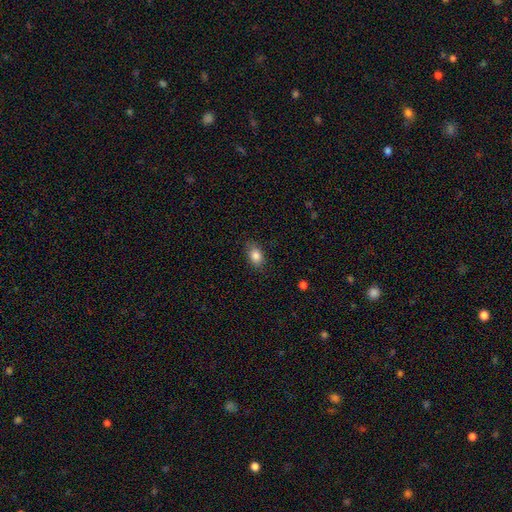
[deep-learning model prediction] smooth-or-featured: smooth: 85% | star or artifact: 9% | featured or disk: 6%
  how-rounded: in between: 78% | round: 21% | cigar-shaped: 2%
  merging: none: 82% | minor disturbance: 14% | major disturbance: 3% | merger: 1%